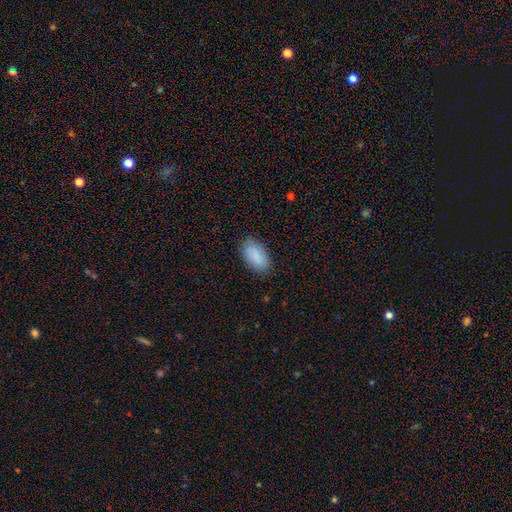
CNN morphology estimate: Smooth or featured? Predicted: smooth (p=0.89). How rounded? Predicted: in between (p=0.94). Merging? Predicted: none (p=0.85).